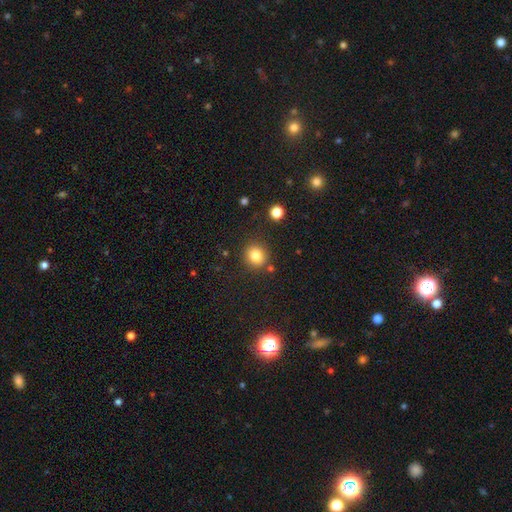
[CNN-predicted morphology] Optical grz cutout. It shows a smooth galaxy with no disk features (82%) that is round (84%). Merging: none (84%).